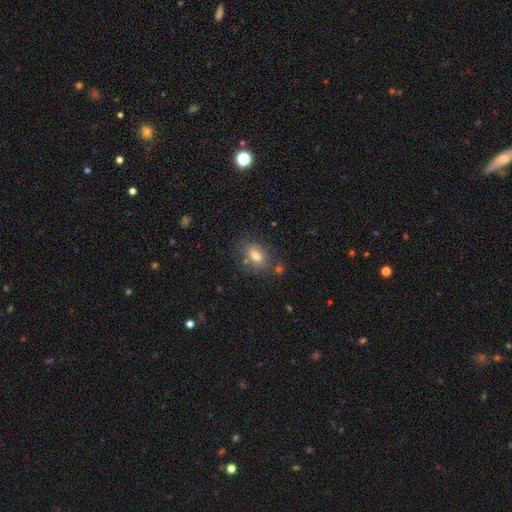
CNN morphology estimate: Smooth or featured?
  - smooth: 76% *
  - featured or disk: 13%
  - star or artifact: 10%
How rounded?
  - in between: 79% *
  - round: 18%
  - cigar-shaped: 2%
Merging?
  - none: 71% *
  - minor disturbance: 15%
  - merger: 8%
  - major disturbance: 5%